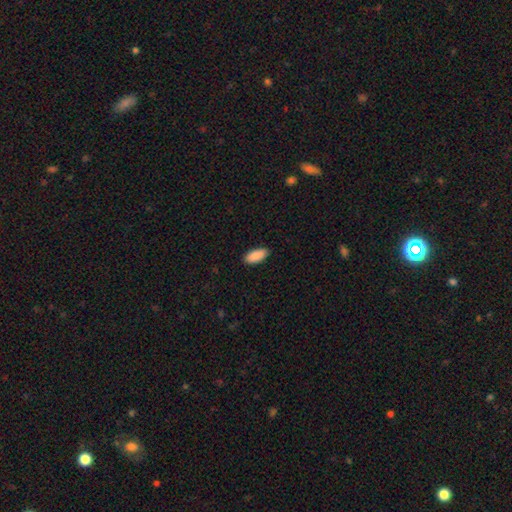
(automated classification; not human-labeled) Smooth or featured: smooth — 90% (star or artifact — 6%)
How rounded: in between — 89% (cigar-shaped — 9%)
Merging: none — 88% (minor disturbance — 9%)